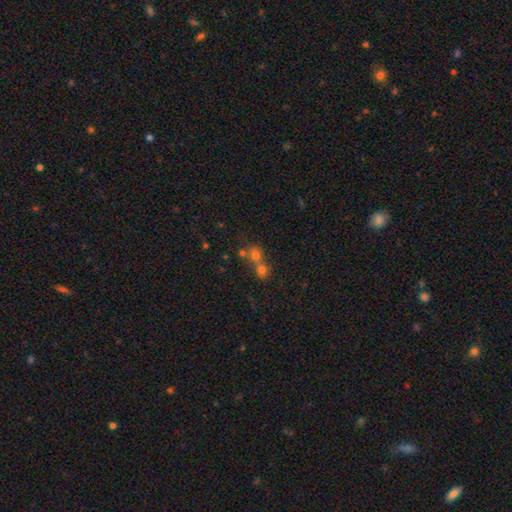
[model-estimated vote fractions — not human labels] smooth_or_featured: smooth (p=0.60) [alt: star or artifact p=0.25]
how_rounded: round (p=0.81) [alt: in between p=0.18]
merging: merger (p=0.57) [alt: none p=0.35]